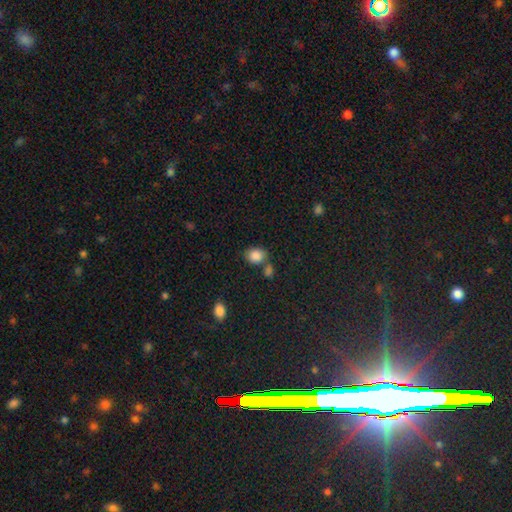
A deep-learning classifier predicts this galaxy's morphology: smooth-or-featured: smooth: 86% | star or artifact: 9% | featured or disk: 5%
  how-rounded: in between: 56% | round: 43% | cigar-shaped: 1%
  merging: none: 56% | merger: 25% | minor disturbance: 14% | major disturbance: 5%